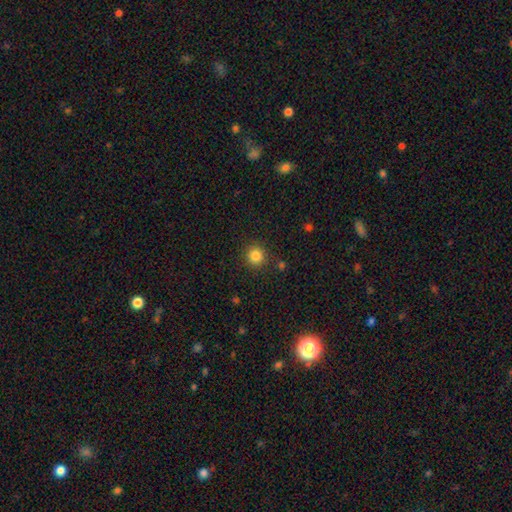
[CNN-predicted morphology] Smooth or featured? Predicted: smooth (p=0.84). How rounded? Predicted: round (p=0.92). Merging? Predicted: none (p=0.89).